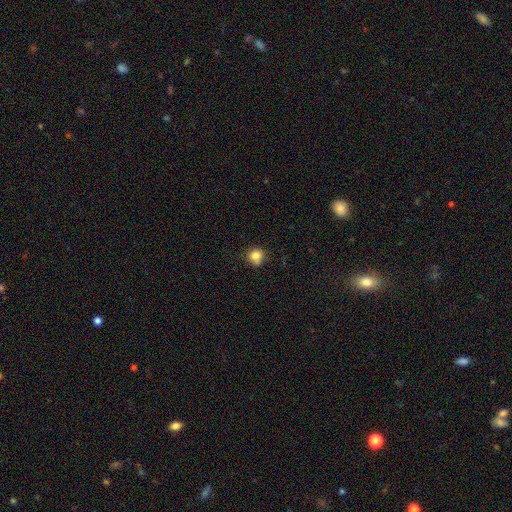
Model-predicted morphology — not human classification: A smooth galaxy with no disk features (82%) that is round (87%). Merging: none (68%).